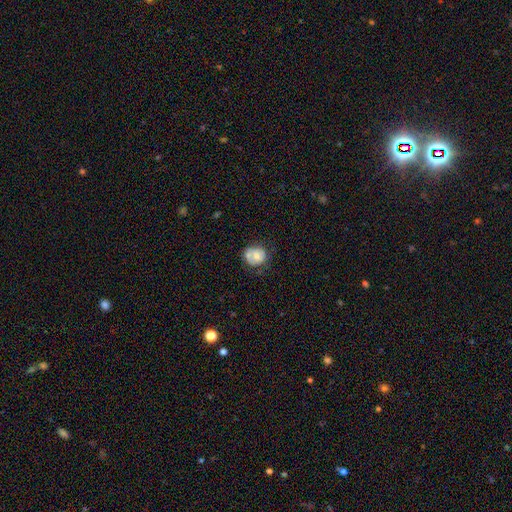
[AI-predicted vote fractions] Smooth or featured? smooth (65%)
How rounded? round (69%)
Merging? none (50%)